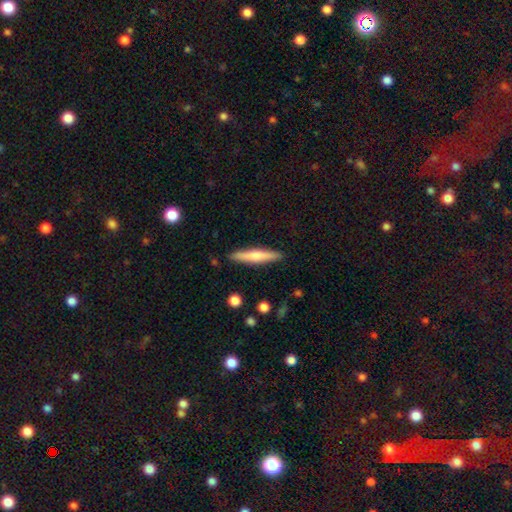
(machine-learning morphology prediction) The model was most divided on "smooth or featured": smooth: 58%, featured or disk: 37%, star or artifact: 5%. More confident: how rounded — cigar-shaped (91%); merging — none (90%).